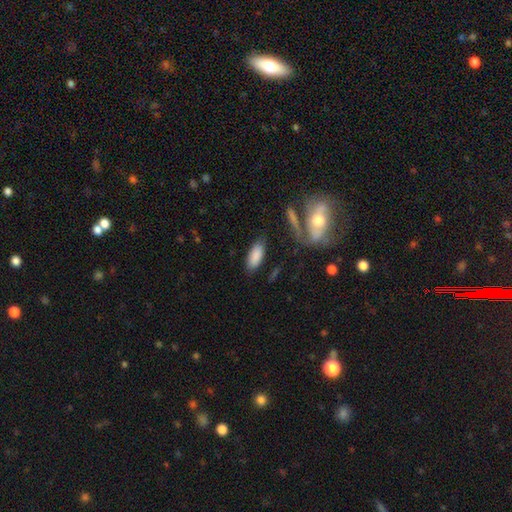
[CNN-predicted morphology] A smooth galaxy with no disk features (85%) that is in between round and cigar-shaped (85%).

Vote fractions:
- Smooth or featured? smooth: 85% / featured or disk: 8% / star or artifact: 7%
- How rounded? in between: 85% / cigar-shaped: 13% / round: 2%
- Merging? none: 79% / minor disturbance: 13% / major disturbance: 4% / merger: 4%